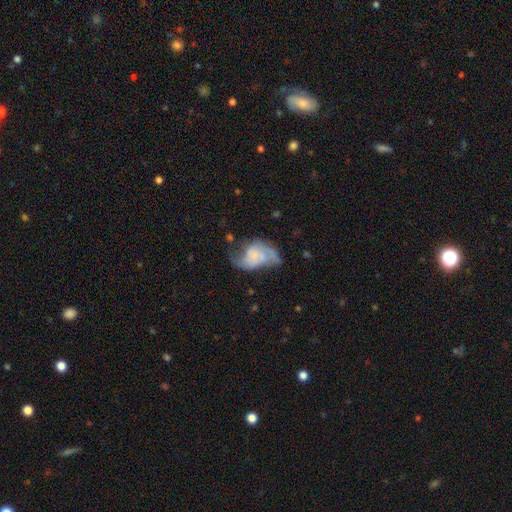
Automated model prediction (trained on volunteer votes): smooth-or-featured: featured or disk: 64% | smooth: 28% | star or artifact: 8%
  disk-edge-on: no: 97% | yes: 3%
    bar: no: 72% | weak: 23% | strong: 5%
    has-spiral-arms: yes: 79% | no: 21%
    bulge-size: none: 45% | small: 33% | moderate: 13% | large: 6% | dominant: 3%
  merging: major disturbance: 34% | none: 32% | minor disturbance: 26% | merger: 8%